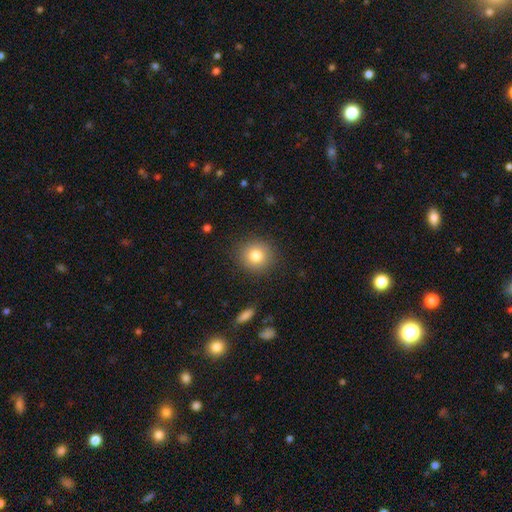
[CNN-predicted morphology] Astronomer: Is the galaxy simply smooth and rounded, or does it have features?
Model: smooth — 80%.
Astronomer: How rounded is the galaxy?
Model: round — 88%.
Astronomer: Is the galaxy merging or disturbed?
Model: none — 88%.